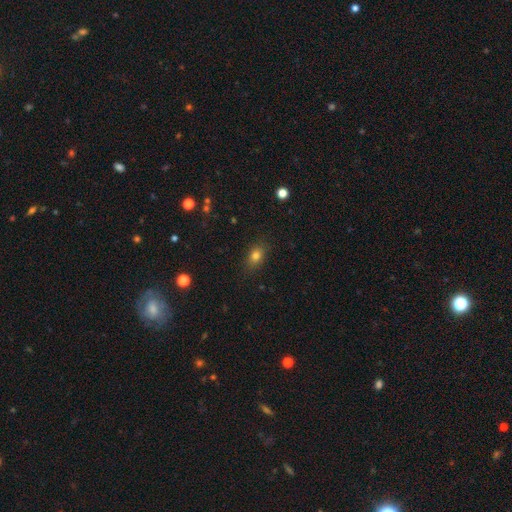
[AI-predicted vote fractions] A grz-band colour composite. It shows a smooth galaxy with no disk features (79%) that is in between round and cigar-shaped (72%). Merging: none (84%).